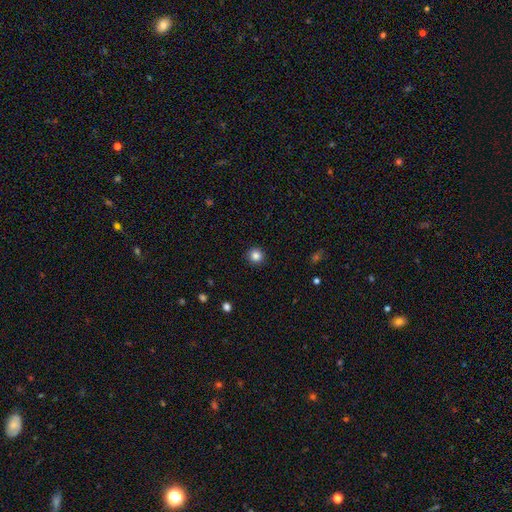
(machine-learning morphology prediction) Smooth or featured? Predicted: smooth (p=0.85). How rounded? Predicted: round (p=0.94). Merging? Predicted: none (p=0.93).